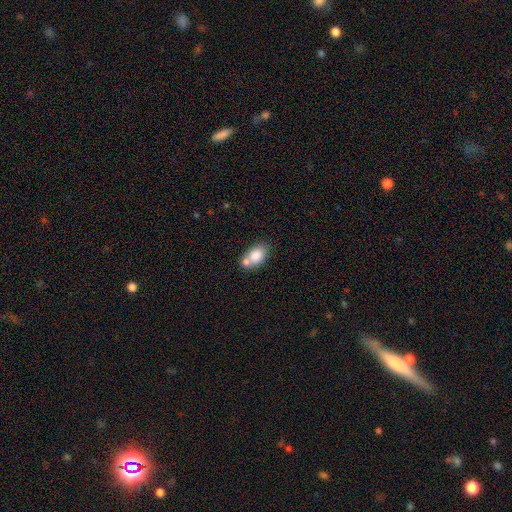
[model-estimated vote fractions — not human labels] smooth_or_featured: smooth (p=0.80) [alt: featured or disk p=0.12]
how_rounded: in between (p=0.83) [alt: round p=0.15]
merging: none (p=0.43) [alt: merger p=0.40]